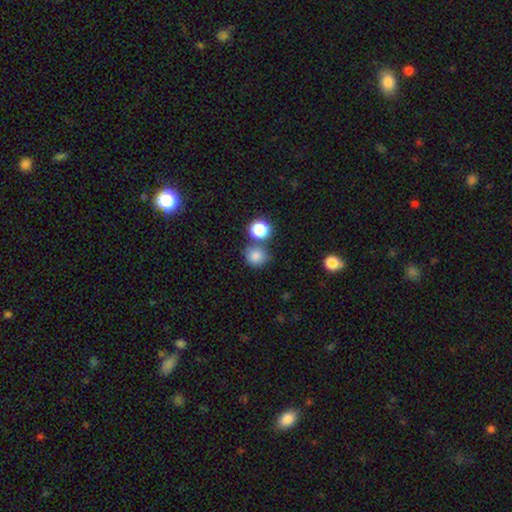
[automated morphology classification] Q: Smooth or featured?
A: smooth (84%); runner-up: star or artifact (11%)
Q: How rounded?
A: round (83%); runner-up: in between (16%)
Q: Merging?
A: none (60%); runner-up: merger (25%)